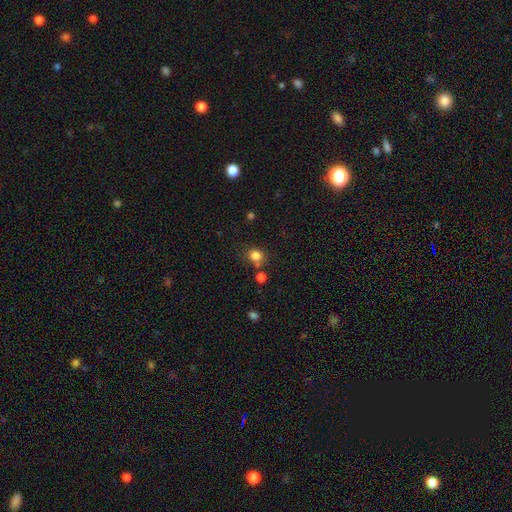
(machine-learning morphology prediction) smooth 81%, star or artifact 13%, featured or disk 5%. Down the decision tree: how rounded — round (75%); merging — none (69%).